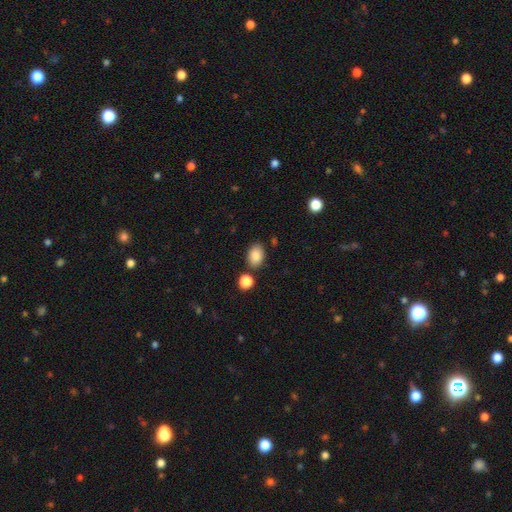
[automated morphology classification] smooth_or_featured: smooth (p=0.87) [alt: star or artifact p=0.08]
how_rounded: in between (p=0.82) [alt: round p=0.17]
merging: none (p=0.80) [alt: minor disturbance p=0.10]